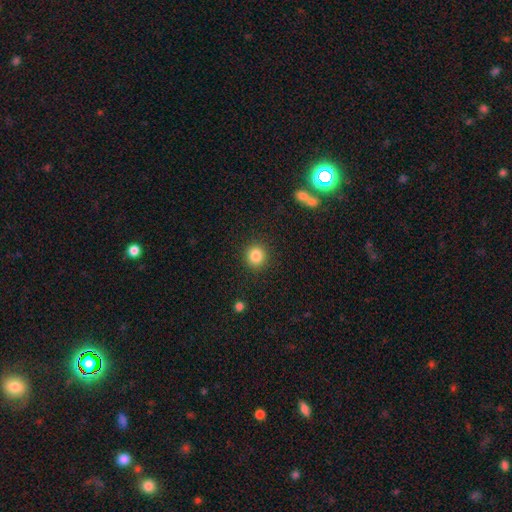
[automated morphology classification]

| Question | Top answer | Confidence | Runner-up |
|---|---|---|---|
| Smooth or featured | smooth | 85% | star or artifact (11%) |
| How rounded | round | 91% | in between (9%) |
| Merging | none | 90% | minor disturbance (6%) |